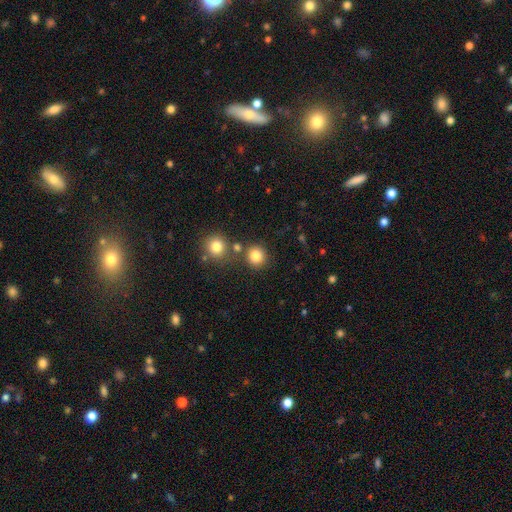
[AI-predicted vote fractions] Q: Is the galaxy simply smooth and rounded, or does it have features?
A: smooth — 83%.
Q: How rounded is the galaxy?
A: round — 91%.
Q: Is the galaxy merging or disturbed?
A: none — 78%.